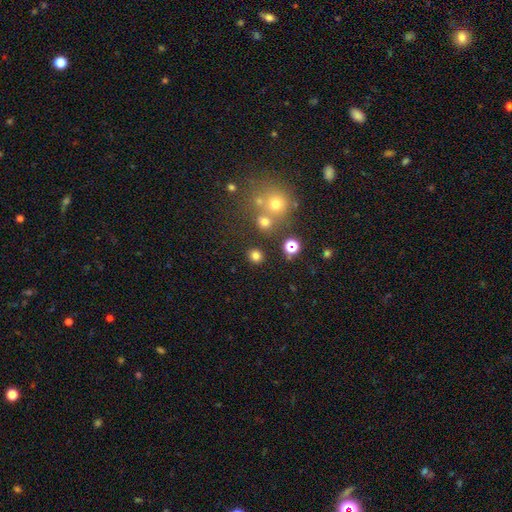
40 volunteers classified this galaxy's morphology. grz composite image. It shows a smooth galaxy with no disk features (80%) that is round (84%). Merging: none (91%).